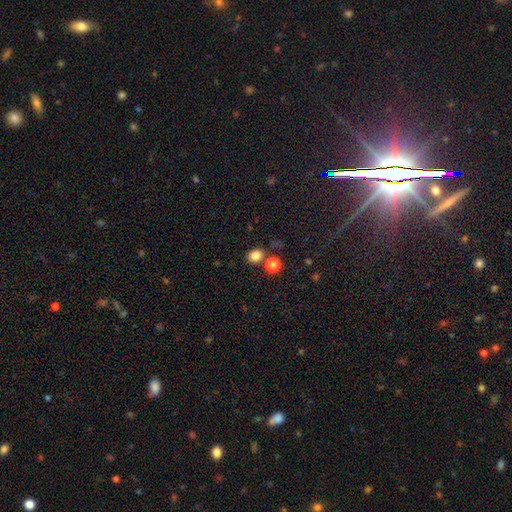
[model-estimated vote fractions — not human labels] This appears to be a smooth galaxy with no disk features (82%) that is round (56%). Merging: none (76%).